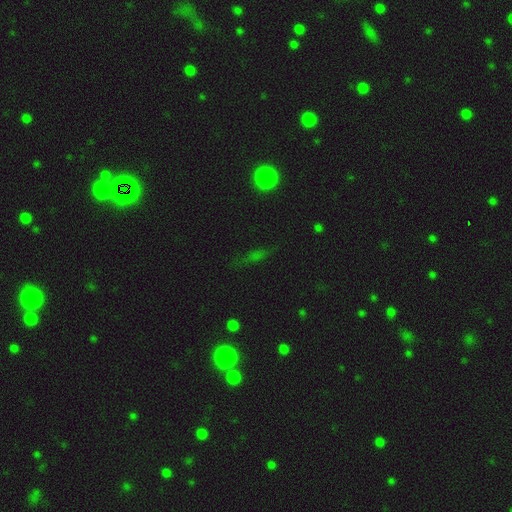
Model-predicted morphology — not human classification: smooth-or-featured: star or artifact: 43% | smooth: 38% | featured or disk: 19%